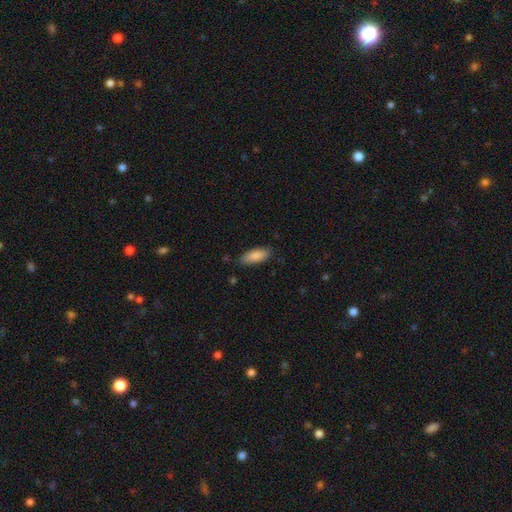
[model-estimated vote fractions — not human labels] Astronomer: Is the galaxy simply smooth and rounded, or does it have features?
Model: smooth — 87%.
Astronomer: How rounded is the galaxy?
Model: in between — 74%.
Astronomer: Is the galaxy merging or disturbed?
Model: none — 83%.